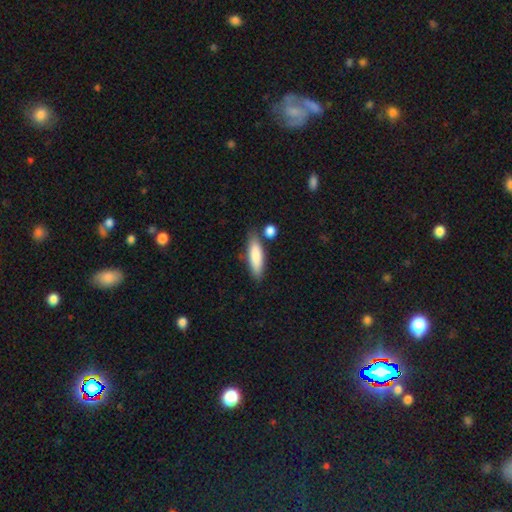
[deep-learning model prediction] Smooth or featured? smooth (82%)
How rounded? cigar-shaped (58%)
Merging? none (72%)